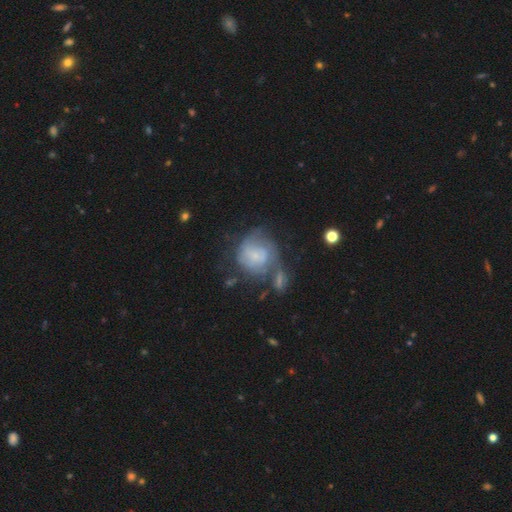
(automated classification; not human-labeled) A featured or disk galaxy (52%) with no bar (65%), spiral arms (68%) and a small central bulge (56%).

Vote fractions:
- Smooth or featured? featured or disk: 52% / smooth: 39% / star or artifact: 9%
- Edge-on disk? no: 97% / yes: 3%
- Bar? no: 65% / weak: 29% / strong: 6%
- Spiral arms? yes: 68% / no: 32%
- Bulge size? small: 56% / none: 20% / moderate: 19% / large: 4% / dominant: 2%
- Merging? none: 31% / merger: 26% / major disturbance: 23% / minor disturbance: 20%